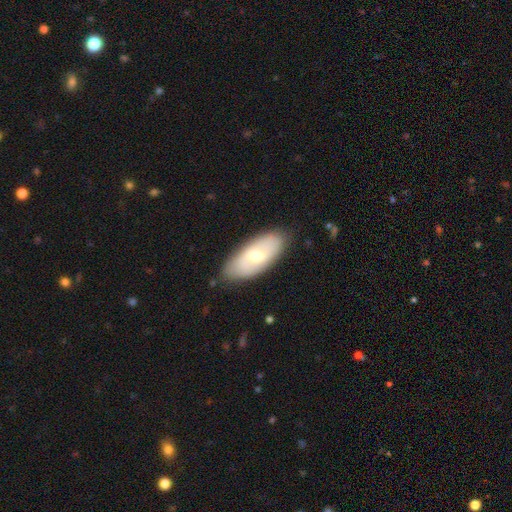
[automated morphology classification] Smooth or featured? smooth (54%)
How rounded? in between (87%)
Merging? none (84%)